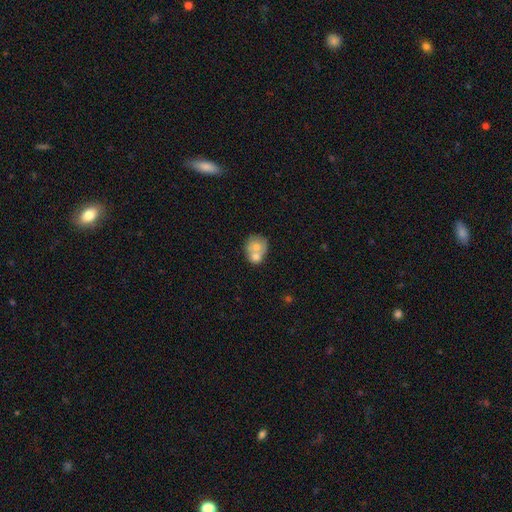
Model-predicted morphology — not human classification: Overall: smooth (64%; featured or disk 28%). How rounded: round (70%). Merging: merger (62%; none 27%).